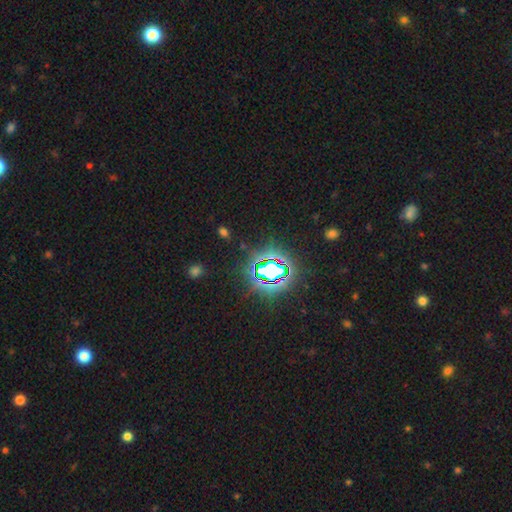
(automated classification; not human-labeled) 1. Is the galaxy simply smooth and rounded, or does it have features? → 84% star or artifact, 10% smooth, 6% featured or disk.